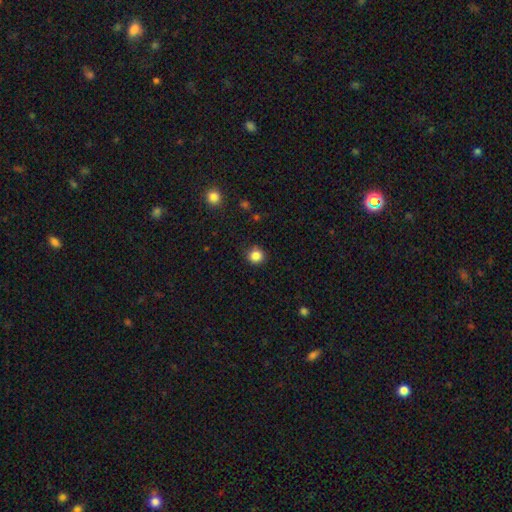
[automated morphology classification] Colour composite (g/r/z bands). It shows a smooth galaxy with no disk features (85%) that is round (90%). Merging: none (86%).